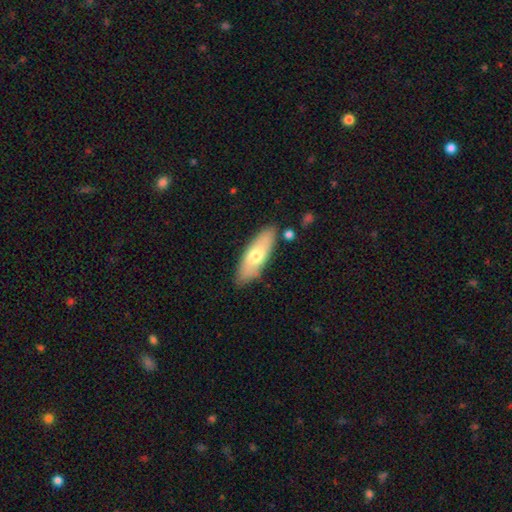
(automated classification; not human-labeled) Morphology: type=smooth (65%); roundness=in between (61%); merging=none (82%).